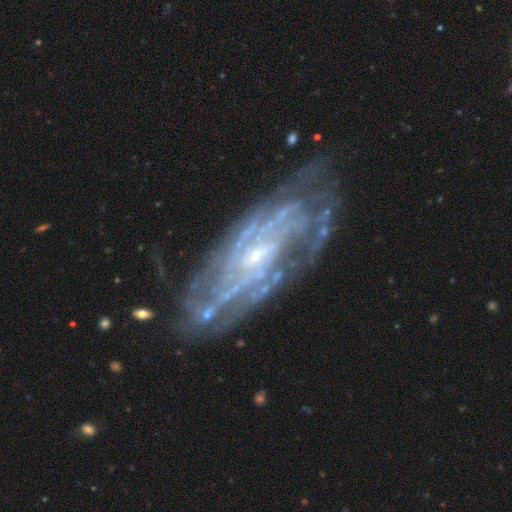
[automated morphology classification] Q: Smooth or featured?
A: featured or disk (87%); runner-up: smooth (7%)
Q: Edge-on disk?
A: no (91%); runner-up: yes (9%)
Q: Bar?
A: no (49%); runner-up: weak (39%)
Q: Spiral arms?
A: yes (93%); runner-up: no (7%)
Q: Spiral winding?
A: tight (64%); runner-up: medium (29%)
Q: Spiral arm count?
A: can't tell (43%); runner-up: 2 (16%)
Q: Bulge size?
A: small (71%); runner-up: moderate (22%)
Q: Merging?
A: none (74%); runner-up: minor disturbance (17%)